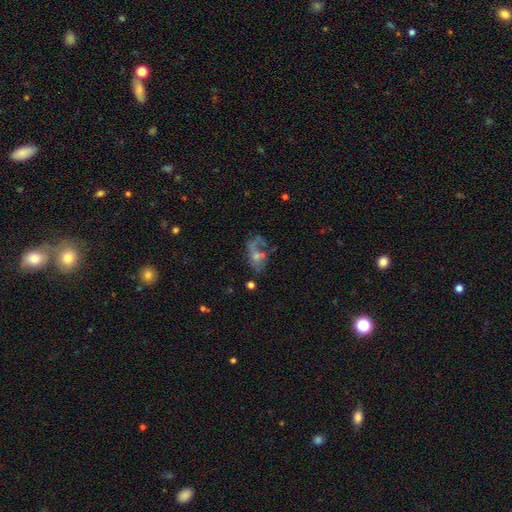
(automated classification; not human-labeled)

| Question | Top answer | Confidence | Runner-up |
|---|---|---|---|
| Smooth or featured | featured or disk | 57% | smooth (24%) |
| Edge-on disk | no | 95% | yes (5%) |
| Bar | no | 79% | weak (17%) |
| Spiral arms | yes | 58% | no (42%) |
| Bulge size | small | 46% | moderate (35%) |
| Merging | none | 39% | major disturbance (34%) |